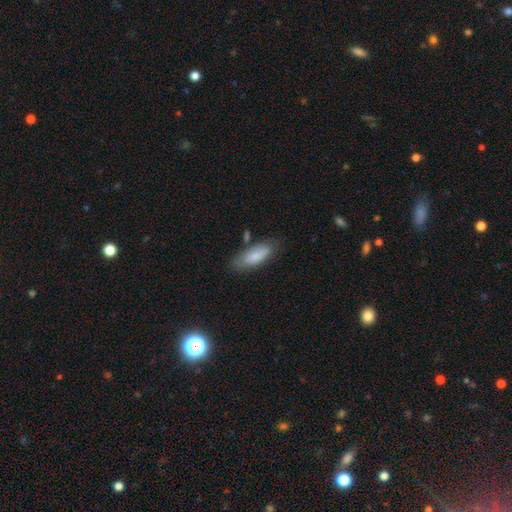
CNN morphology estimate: type=smooth (81%); roundness=in between (73%); merging=none (70%).